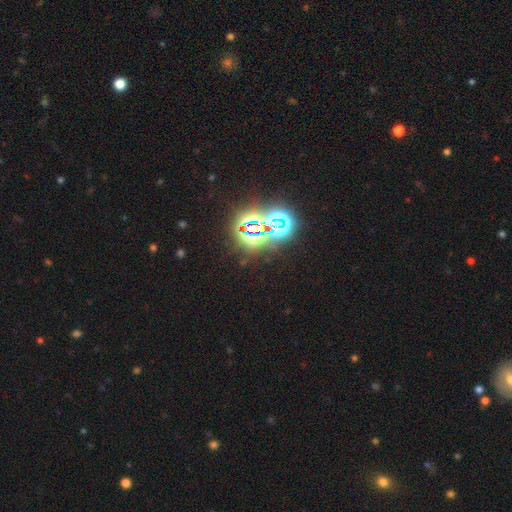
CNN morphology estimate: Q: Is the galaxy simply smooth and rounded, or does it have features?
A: star or artifact — 79%.